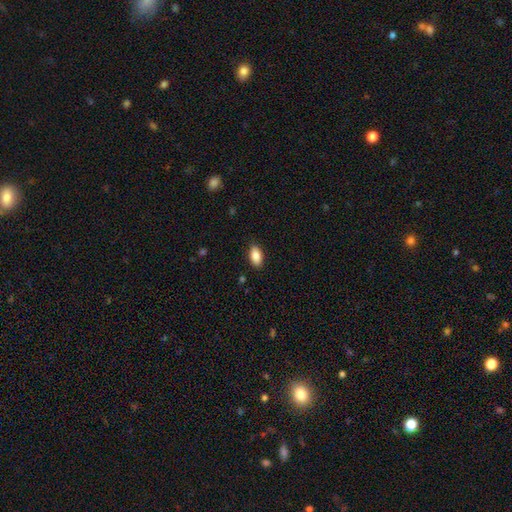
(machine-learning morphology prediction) A smooth galaxy with no disk features (87%) that is in between round and cigar-shaped (93%).

Vote fractions:
- Smooth or featured? smooth: 87% / star or artifact: 7% / featured or disk: 6%
- How rounded? in between: 93% / cigar-shaped: 4% / round: 4%
- Merging? none: 88% / minor disturbance: 9% / major disturbance: 2% / merger: 1%